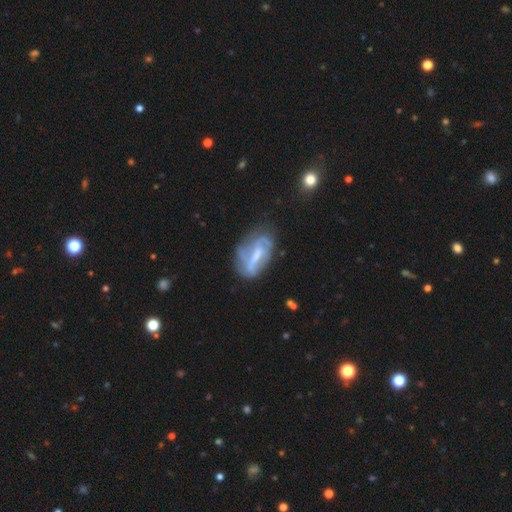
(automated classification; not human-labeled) Smooth or featured? featured or disk (66%)
Edge-on disk? no (91%)
Bar? strong (43%)
Spiral arms? yes (62%)
Bulge size? moderate (33%)
Merging? none (51%)